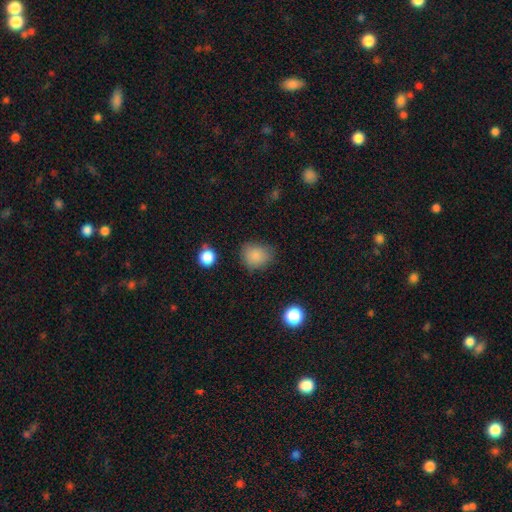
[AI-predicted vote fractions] A smooth galaxy with no disk features (84%) that is round (67%). Merging: none (73%).